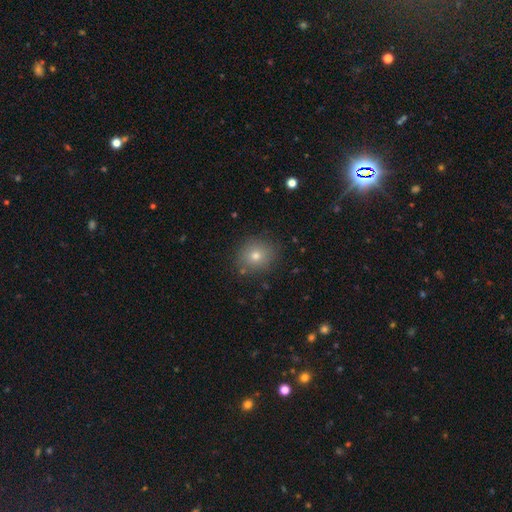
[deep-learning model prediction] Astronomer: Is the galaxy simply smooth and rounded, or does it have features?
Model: smooth — 73%.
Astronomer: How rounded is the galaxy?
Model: round — 83%.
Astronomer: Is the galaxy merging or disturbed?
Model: none — 88%.